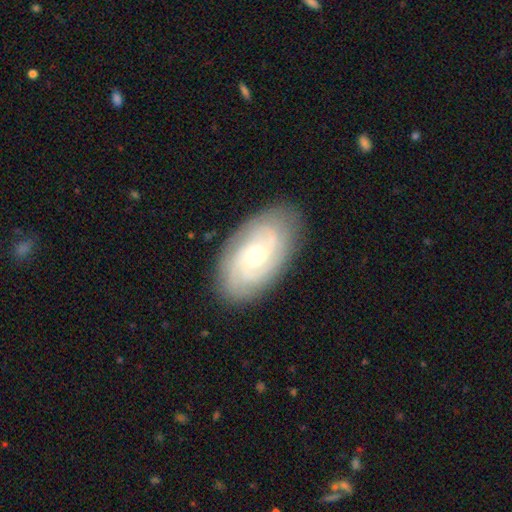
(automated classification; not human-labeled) A featured or disk galaxy (83%) with no bar (71%), 3 (31%) tight (66%) spiral arms (96%) and a moderate central bulge (51%). Merging: none (83%).